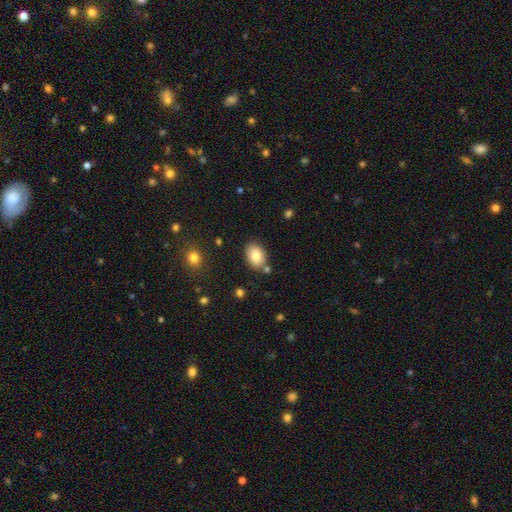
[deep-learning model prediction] This appears to be a smooth galaxy with no disk features (81%) that is in between round and cigar-shaped (79%). Merging: none (78%).